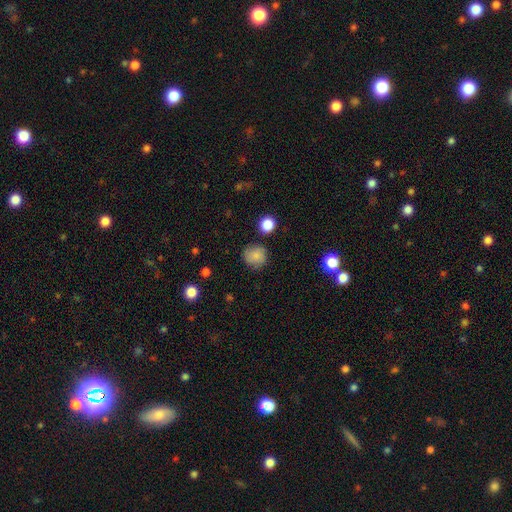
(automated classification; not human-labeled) A smooth galaxy with no disk features (78%) that is round (87%).

Vote fractions:
- Smooth or featured? smooth: 78% / featured or disk: 12% / star or artifact: 11%
- How rounded? round: 87% / in between: 12% / cigar-shaped: 1%
- Merging? none: 79% / minor disturbance: 15% / major disturbance: 4% / merger: 3%